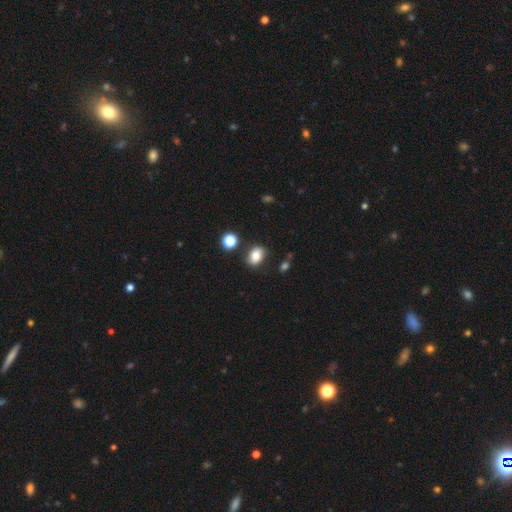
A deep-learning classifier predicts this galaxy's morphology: Smooth or featured? smooth (79%)
How rounded? in between (67%)
Merging? none (78%)